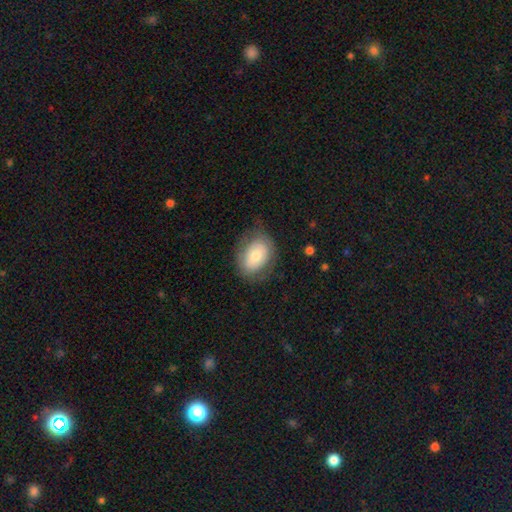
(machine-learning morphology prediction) Smooth or featured: smooth — 69% (featured or disk — 23%)
How rounded: in between — 75% (round — 24%)
Merging: none — 71% (minor disturbance — 20%)